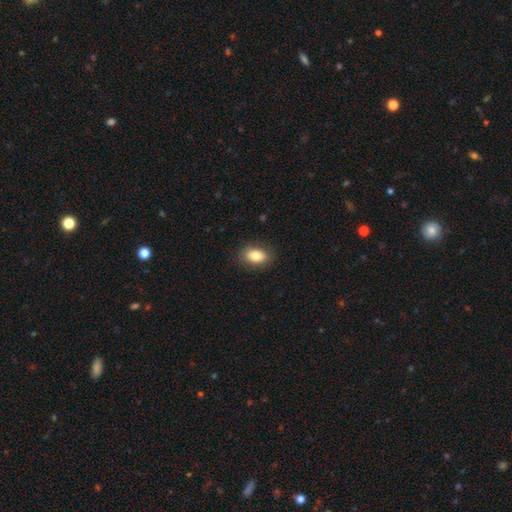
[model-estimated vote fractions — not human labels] Morphology: type=smooth (82%); roundness=in between (84%); merging=none (86%).